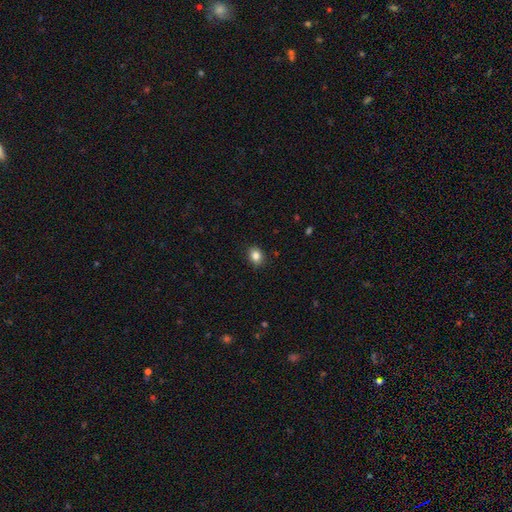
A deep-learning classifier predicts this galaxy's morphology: This appears to be a smooth galaxy with no disk features (85%) that is in between round and cigar-shaped (50%). Merging: none (89%).